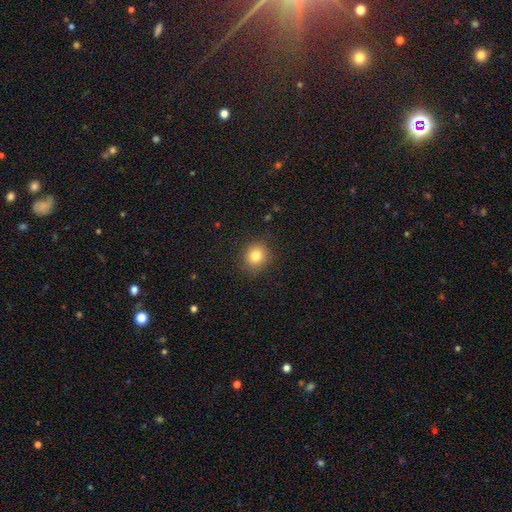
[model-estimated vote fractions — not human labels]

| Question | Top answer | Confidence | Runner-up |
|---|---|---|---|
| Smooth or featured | smooth | 82% | star or artifact (11%) |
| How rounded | round | 84% | in between (15%) |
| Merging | none | 88% | minor disturbance (9%) |